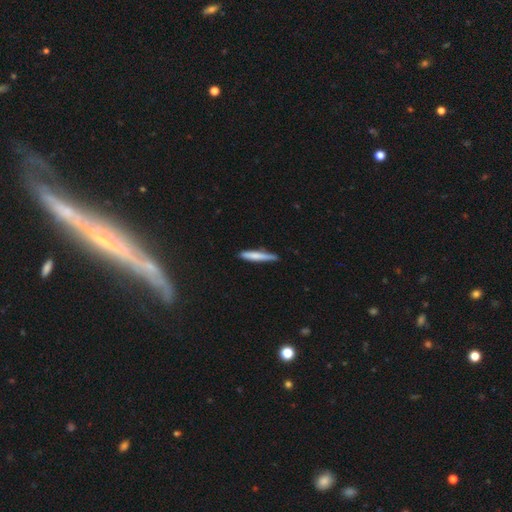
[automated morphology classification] This appears to be a smooth galaxy with no disk features (73%) that is cigar-shaped (93%). Merging: none (77%).